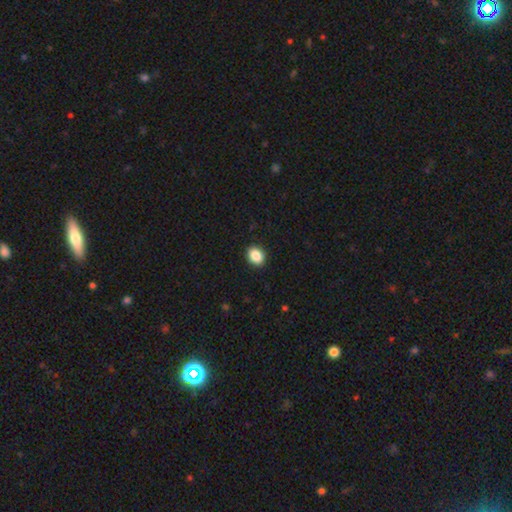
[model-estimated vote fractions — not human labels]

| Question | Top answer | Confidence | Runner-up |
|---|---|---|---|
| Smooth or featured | smooth | 88% | star or artifact (8%) |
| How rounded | in between | 57% | round (41%) |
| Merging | none | 92% | minor disturbance (6%) |